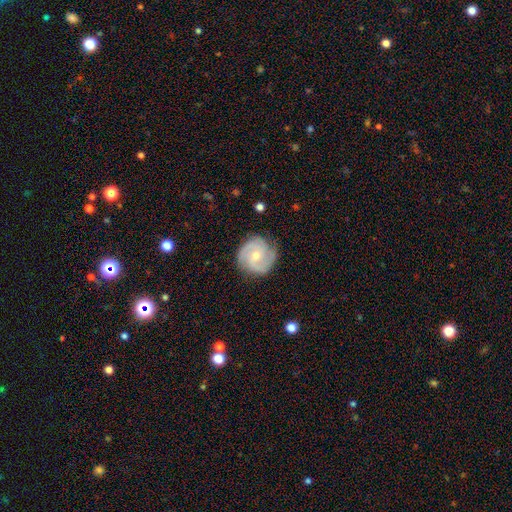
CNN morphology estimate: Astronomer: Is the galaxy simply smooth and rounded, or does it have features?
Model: featured or disk — 80%.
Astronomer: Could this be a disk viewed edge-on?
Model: no — 98%.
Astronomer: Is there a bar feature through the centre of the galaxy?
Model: no — 59% (runner-up: weak, 35%).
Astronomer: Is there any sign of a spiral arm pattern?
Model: yes — 95%.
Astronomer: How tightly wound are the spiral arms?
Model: tight — 48% (runner-up: medium, 42%).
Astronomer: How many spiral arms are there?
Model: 2 — 49% (runner-up: 3, 29%).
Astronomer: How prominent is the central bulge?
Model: small — 52% (runner-up: moderate, 44%).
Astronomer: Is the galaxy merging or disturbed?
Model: none — 79%.